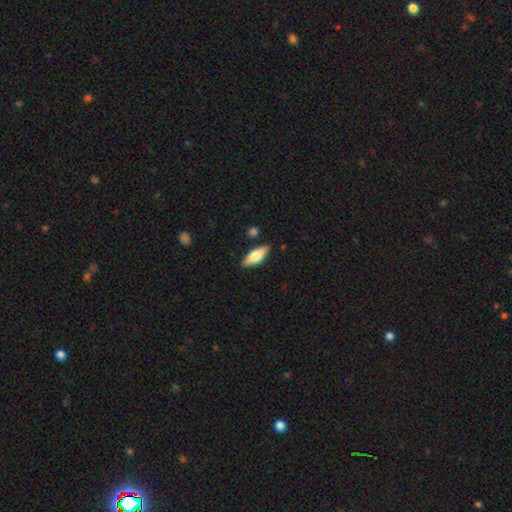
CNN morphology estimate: Smooth or featured?
  - smooth: 60% *
  - featured or disk: 34%
  - star or artifact: 6%
How rounded?
  - in between: 64% *
  - cigar-shaped: 33%
  - round: 3%
Merging?
  - none: 85% *
  - minor disturbance: 10%
  - merger: 3%
  - major disturbance: 2%